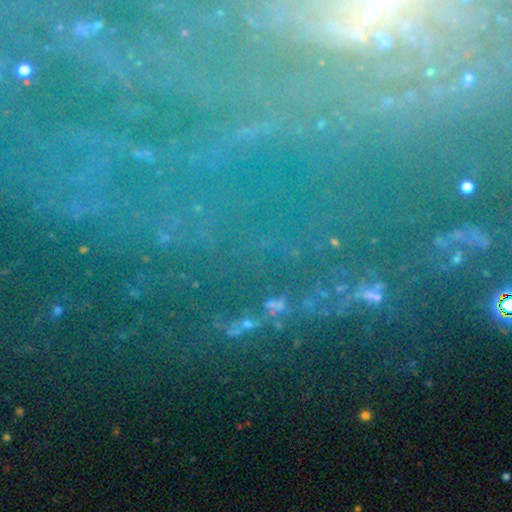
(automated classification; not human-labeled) Smooth or featured?
  - star or artifact: 59% *
  - featured or disk: 29%
  - smooth: 13%